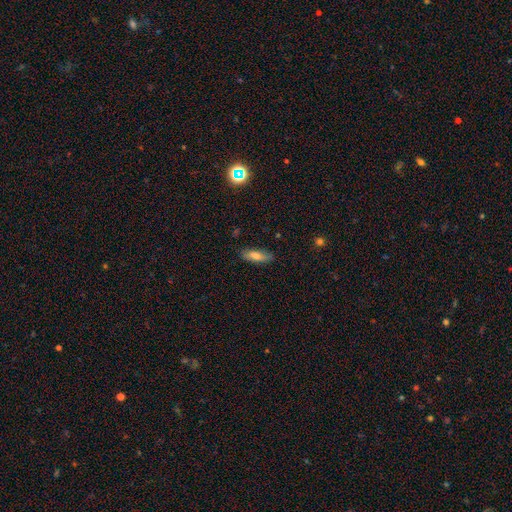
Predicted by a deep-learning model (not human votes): A smooth galaxy with no disk features (74%) that is in between round and cigar-shaped (52%). Merging: none (83%).